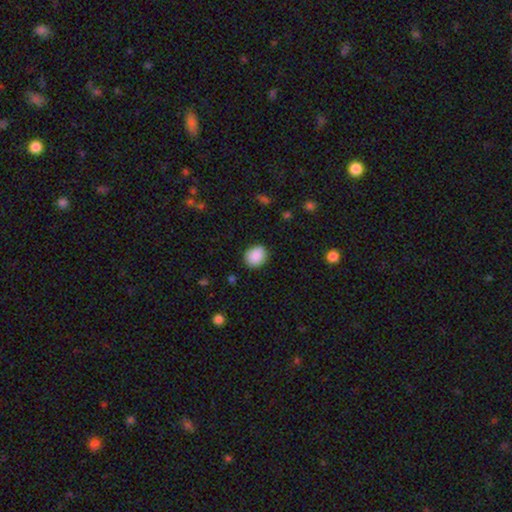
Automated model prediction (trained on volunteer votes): Q: Smooth or featured?
A: smooth (88%); runner-up: star or artifact (8%)
Q: How rounded?
A: round (69%); runner-up: in between (30%)
Q: Merging?
A: none (86%); runner-up: minor disturbance (10%)